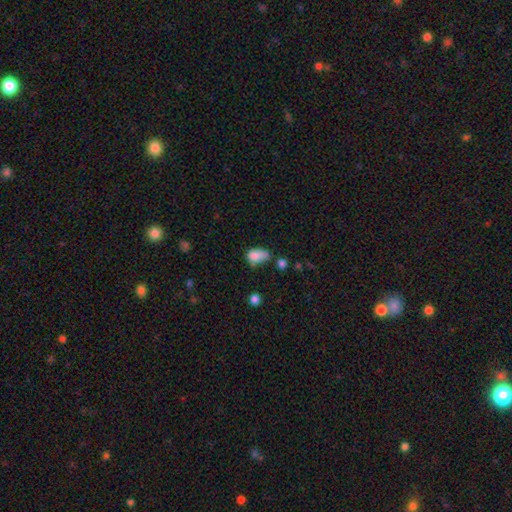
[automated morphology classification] smooth 79%, featured or disk 11%, star or artifact 10%. Down the decision tree: how rounded — in between (86%); merging — minor disturbance (37%).